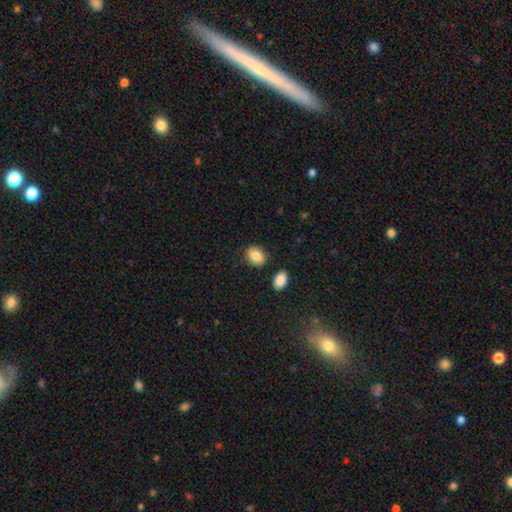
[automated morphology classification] A smooth galaxy with no disk features (85%) that is in between round and cigar-shaped (63%).

Vote fractions:
- Smooth or featured? smooth: 85% / star or artifact: 8% / featured or disk: 7%
- How rounded? in between: 63% / round: 35% / cigar-shaped: 1%
- Merging? none: 80% / minor disturbance: 13% / merger: 4% / major disturbance: 3%